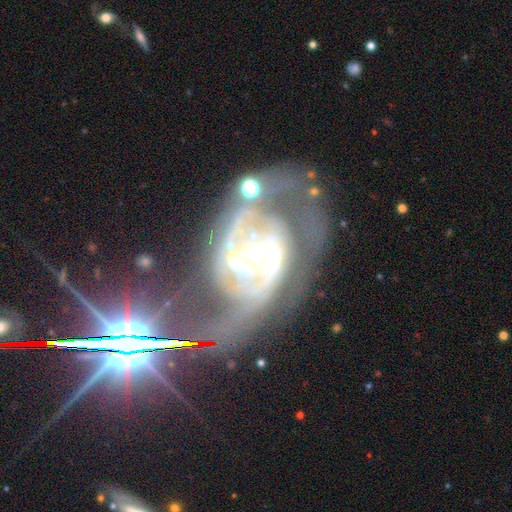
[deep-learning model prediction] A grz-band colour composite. It shows a featured or disk galaxy (85%) with no bar (41%), 2 (57%) medium (43%) spiral arms (85%) and a moderate central bulge (56%). Merging: none (41%).